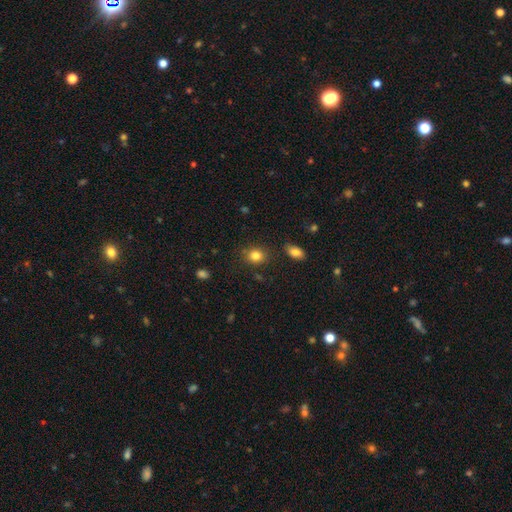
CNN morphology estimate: smooth_or_featured: smooth (p=0.83) [alt: star or artifact p=0.10]
how_rounded: round (p=0.62) [alt: in between p=0.37]
merging: none (p=0.83) [alt: minor disturbance p=0.12]